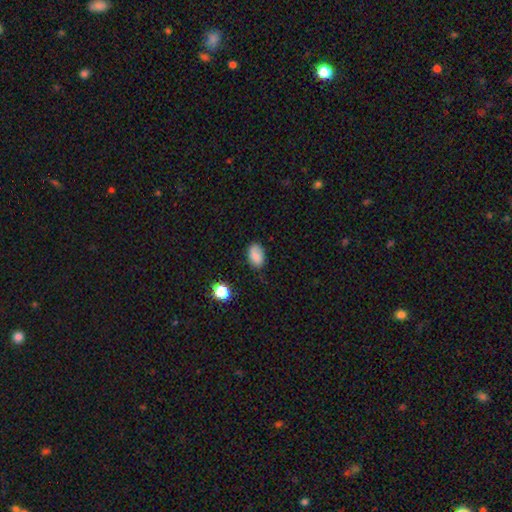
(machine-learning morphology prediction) This is clearly a smooth galaxy (84%). How rounded: clearly in between (87%). Merging: likely none (76%).